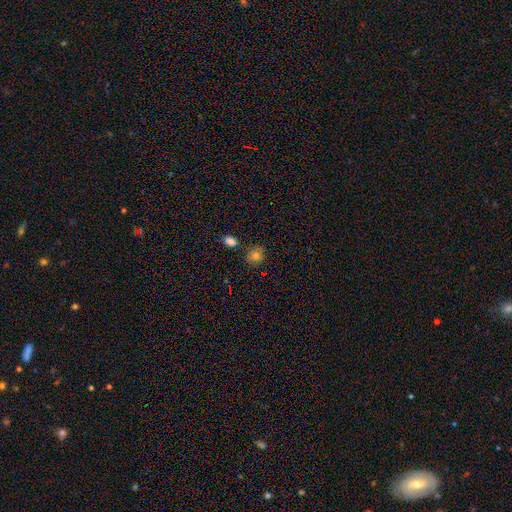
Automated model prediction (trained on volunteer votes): Q: Smooth or featured?
A: smooth (79%); runner-up: star or artifact (13%)
Q: How rounded?
A: round (79%); runner-up: in between (20%)
Q: Merging?
A: none (80%); runner-up: minor disturbance (11%)